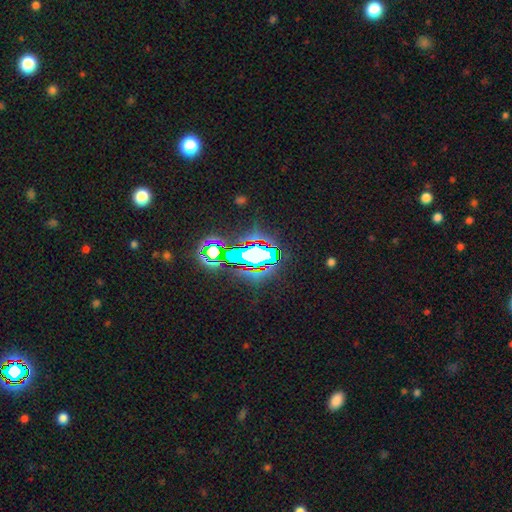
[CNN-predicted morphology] This is likely a star or artifact rather than a galaxy (65%).